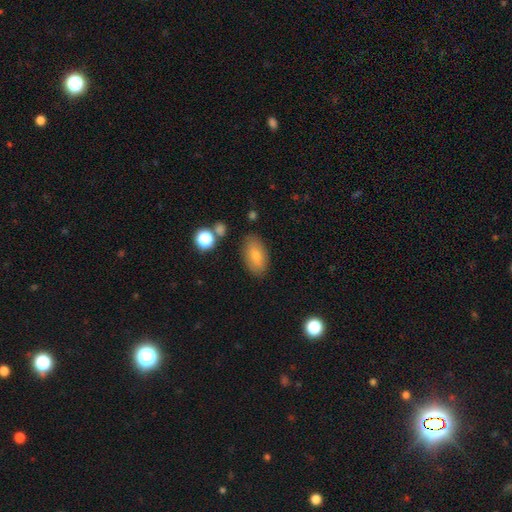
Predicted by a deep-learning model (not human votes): Smooth or featured?
  - smooth: 75% *
  - featured or disk: 16%
  - star or artifact: 8%
How rounded?
  - in between: 91% *
  - round: 6%
  - cigar-shaped: 3%
Merging?
  - none: 82% *
  - minor disturbance: 12%
  - major disturbance: 3%
  - merger: 2%